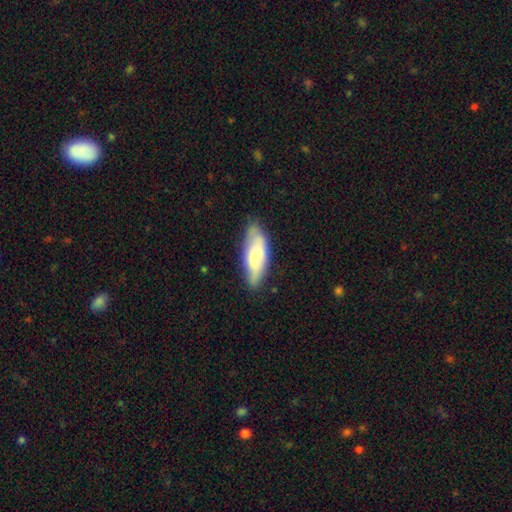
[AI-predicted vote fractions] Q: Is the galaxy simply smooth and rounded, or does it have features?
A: smooth — 64%.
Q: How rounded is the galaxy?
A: in between — 69%.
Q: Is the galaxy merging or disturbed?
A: none — 71%.